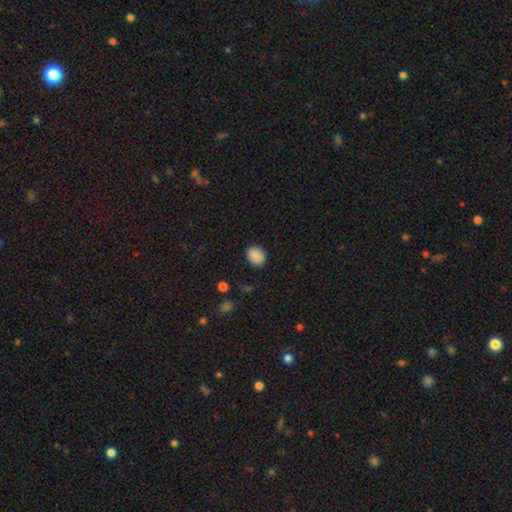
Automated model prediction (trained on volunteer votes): Morphology: type=smooth (89%); roundness=in between (54%); merging=none (87%).